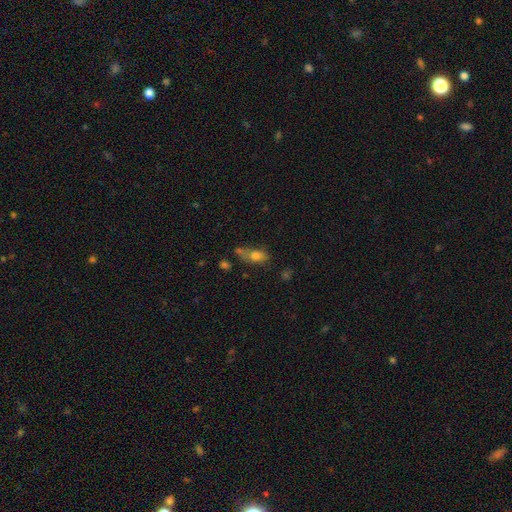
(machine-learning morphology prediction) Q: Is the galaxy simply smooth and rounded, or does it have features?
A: smooth — 74%.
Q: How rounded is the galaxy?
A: in between — 76%.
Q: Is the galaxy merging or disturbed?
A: none — 35%.